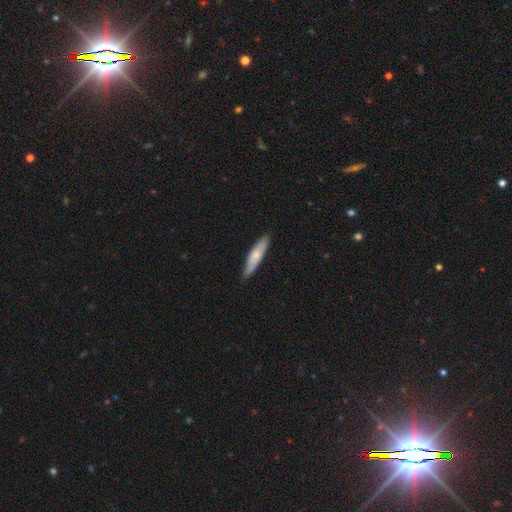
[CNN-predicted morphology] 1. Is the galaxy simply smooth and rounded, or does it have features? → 63% smooth, 32% featured or disk, 5% star or artifact.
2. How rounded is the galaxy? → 78% cigar-shaped, 20% in between, 2% round.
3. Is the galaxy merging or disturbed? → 83% none, 14% minor disturbance, 2% major disturbance, 1% merger.